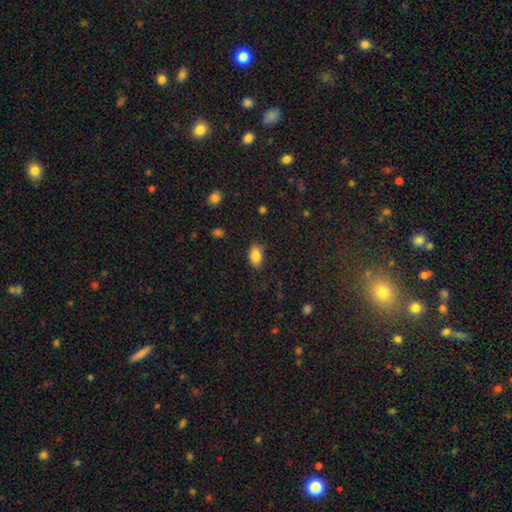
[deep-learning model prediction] Q: Smooth or featured?
A: smooth (85%); runner-up: star or artifact (9%)
Q: How rounded?
A: in between (88%); runner-up: round (11%)
Q: Merging?
A: none (79%); runner-up: minor disturbance (16%)